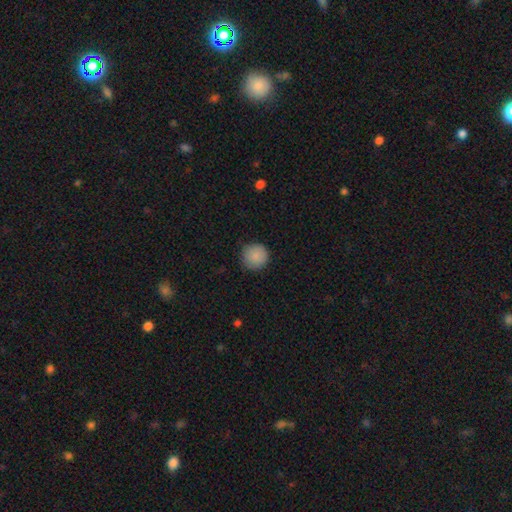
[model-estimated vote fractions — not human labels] Morphology: type=smooth (88%); roundness=round (94%); merging=none (86%).